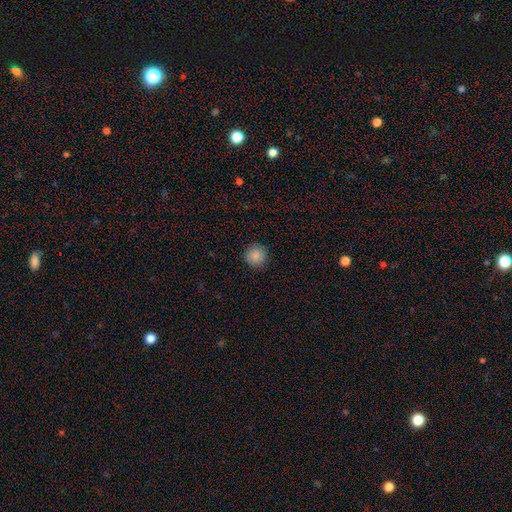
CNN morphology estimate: Overall: smooth (86%). How rounded: round (94%). Merging: none (91%).